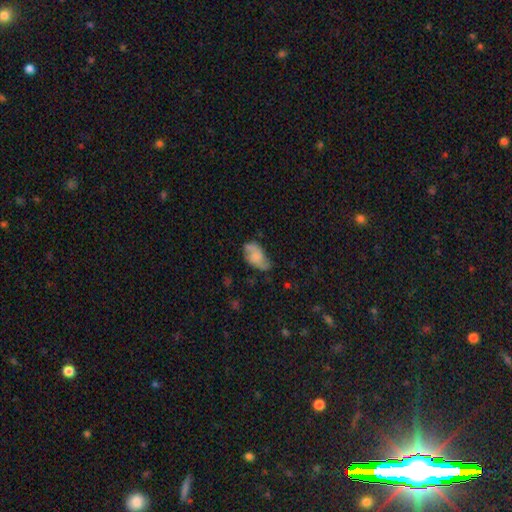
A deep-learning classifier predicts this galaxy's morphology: Smooth or featured? Predicted: smooth (p=0.58). How rounded? Predicted: in between (p=0.92). Merging? Predicted: none (p=0.46).